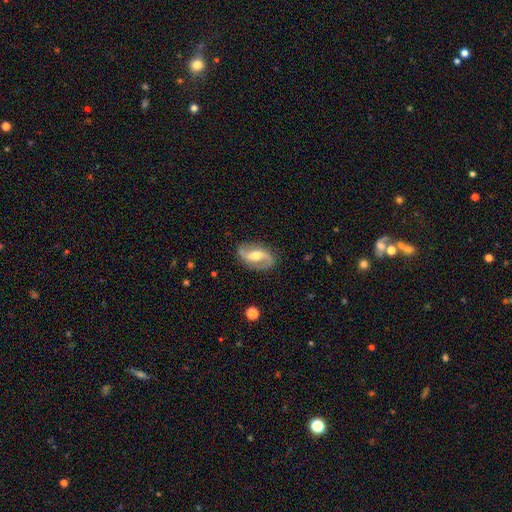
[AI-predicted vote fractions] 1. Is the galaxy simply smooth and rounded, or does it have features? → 84% featured or disk, 11% smooth, 5% star or artifact.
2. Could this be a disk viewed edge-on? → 96% no, 4% yes.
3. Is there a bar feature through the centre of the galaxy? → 42% weak, 30% strong, 27% no.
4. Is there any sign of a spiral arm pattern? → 94% yes, 6% no.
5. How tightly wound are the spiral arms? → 59% loose, 31% medium, 9% tight.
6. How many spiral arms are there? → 92% 2, 3% can't tell, 2% 1, 1% 3, 1% 4, 1% more than 4.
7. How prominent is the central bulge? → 66% moderate, 25% small, 6% large, 2% none, 1% dominant.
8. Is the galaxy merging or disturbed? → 83% none, 12% minor disturbance, 4% major disturbance, 1% merger.